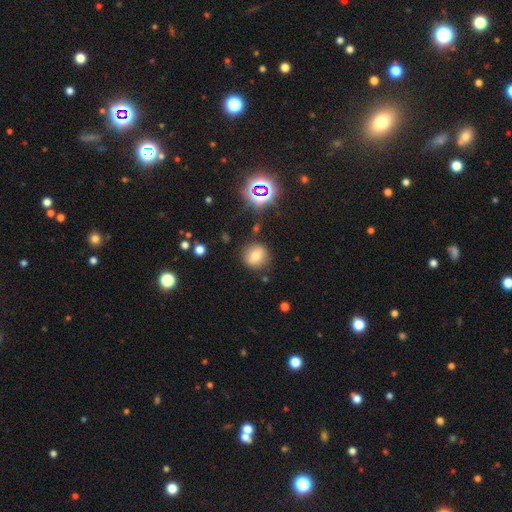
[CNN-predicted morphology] Overall: smooth (73%). How rounded: round (84%). Merging: none (83%).